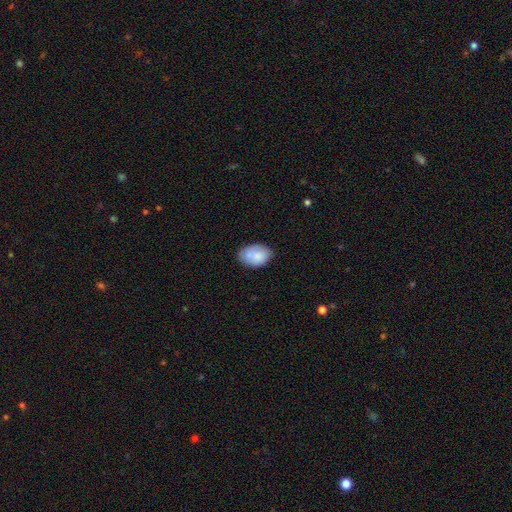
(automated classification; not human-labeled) The model was most divided on "merging": none: 69%, minor disturbance: 22%, merger: 5%, major disturbance: 4%. More confident: how rounded — in between (86%); smooth or featured — smooth (79%).